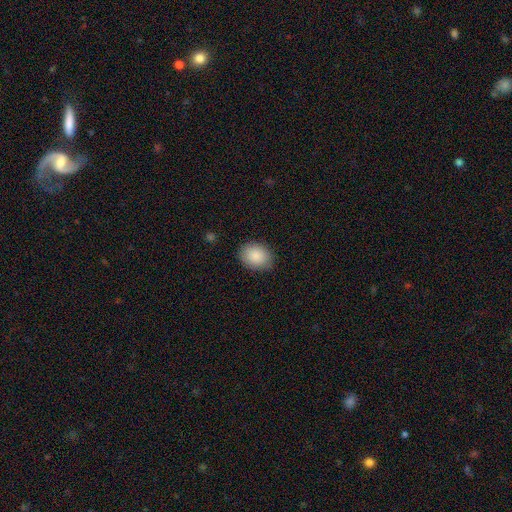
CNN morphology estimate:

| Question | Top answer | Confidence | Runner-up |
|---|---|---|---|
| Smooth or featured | smooth | 88% | star or artifact (7%) |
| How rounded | in between | 61% | round (38%) |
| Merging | none | 86% | minor disturbance (11%) |